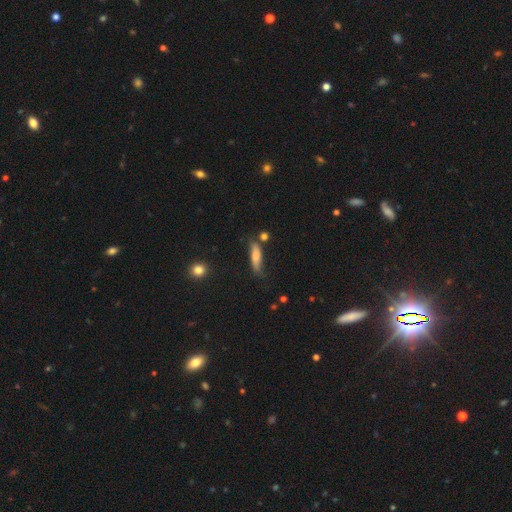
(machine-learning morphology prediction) The model was most divided on "merging": none: 61%, minor disturbance: 26%, major disturbance: 7%, merger: 6%. More confident: how rounded — cigar-shaped (67%); smooth or featured — smooth (65%).